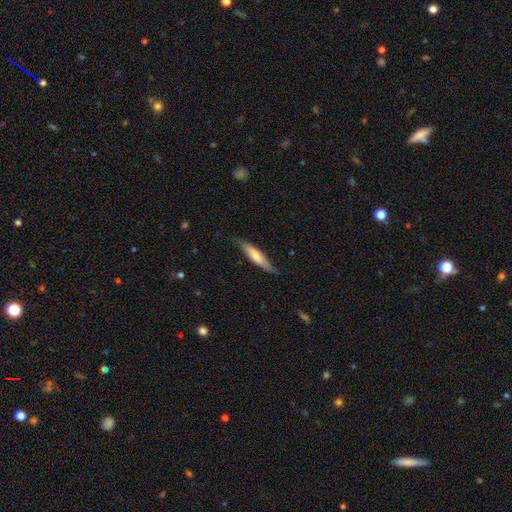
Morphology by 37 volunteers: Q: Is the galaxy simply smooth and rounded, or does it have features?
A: smooth — 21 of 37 (57%).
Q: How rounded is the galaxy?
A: cigar-shaped — 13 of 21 (62%).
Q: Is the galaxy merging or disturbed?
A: none — 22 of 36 (61%).